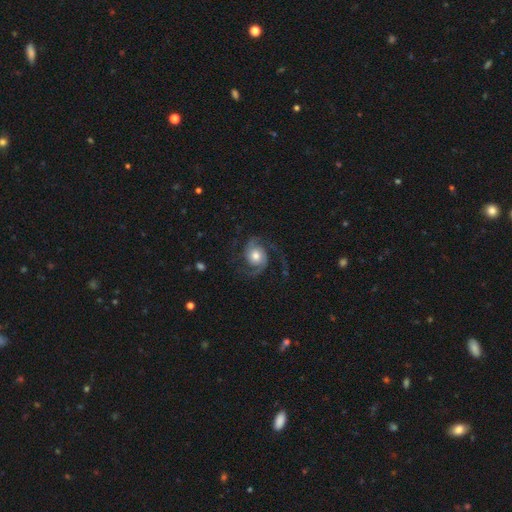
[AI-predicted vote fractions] Smooth or featured?
  - featured or disk: 88% *
  - smooth: 7%
  - star or artifact: 5%
Edge-on disk?
  - no: 98% *
  - yes: 2%
Bar?
  - no: 74% *
  - weak: 21%
  - strong: 5%
Spiral arms?
  - yes: 98% *
  - no: 2%
Spiral winding?
  - medium: 52% *
  - loose: 27%
  - tight: 20%
Spiral arm count?
  - 2: 91% *
  - 3: 3%
  - can't tell: 2%
  - 1: 2%
  - 4: 1%
  - more than 4: 1%
Bulge size?
  - moderate: 65% *
  - large: 21%
  - small: 11%
  - dominant: 2%
  - none: 2%
Merging?
  - none: 74% *
  - minor disturbance: 13%
  - major disturbance: 12%
  - merger: 1%